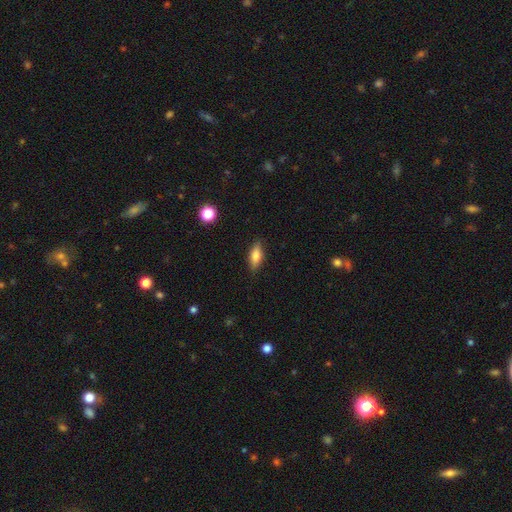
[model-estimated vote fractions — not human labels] This is likely a smooth galaxy (76%). How rounded: likely in between (75%). Merging: clearly none (86%).